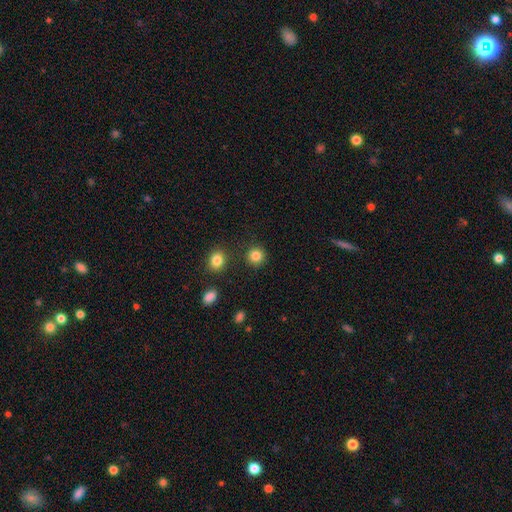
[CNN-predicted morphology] Smooth or featured?
  - smooth: 84% *
  - star or artifact: 11%
  - featured or disk: 4%
How rounded?
  - round: 92% *
  - in between: 7%
  - cigar-shaped: 1%
Merging?
  - none: 88% *
  - minor disturbance: 6%
  - merger: 3%
  - major disturbance: 2%